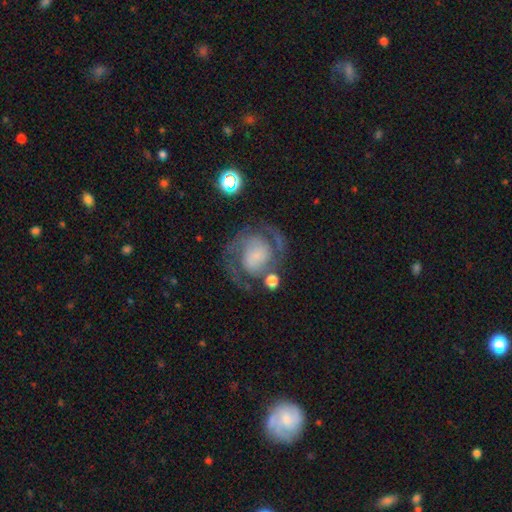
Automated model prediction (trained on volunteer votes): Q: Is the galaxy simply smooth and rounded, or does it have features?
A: featured or disk — 80%.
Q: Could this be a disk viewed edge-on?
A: no — 98%.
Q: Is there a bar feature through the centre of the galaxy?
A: no — 63%.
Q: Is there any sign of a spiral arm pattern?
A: yes — 94%.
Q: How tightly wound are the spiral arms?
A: medium — 46%.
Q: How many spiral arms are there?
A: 2 — 80%.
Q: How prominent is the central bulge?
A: small — 46%.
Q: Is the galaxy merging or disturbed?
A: none — 65%.